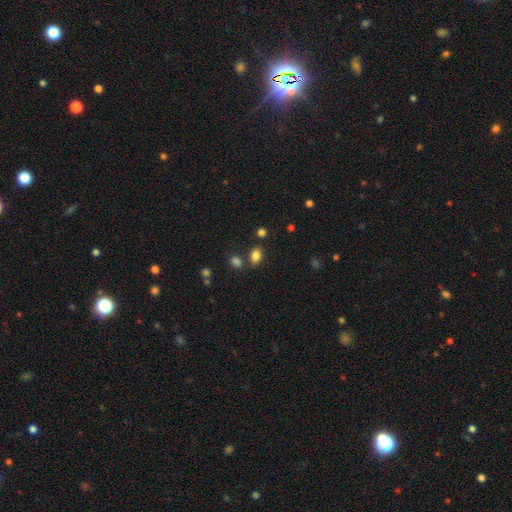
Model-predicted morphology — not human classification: smooth 83%, star or artifact 11%, featured or disk 6%. Down the decision tree: how rounded — in between (82%); merging — none (71%).